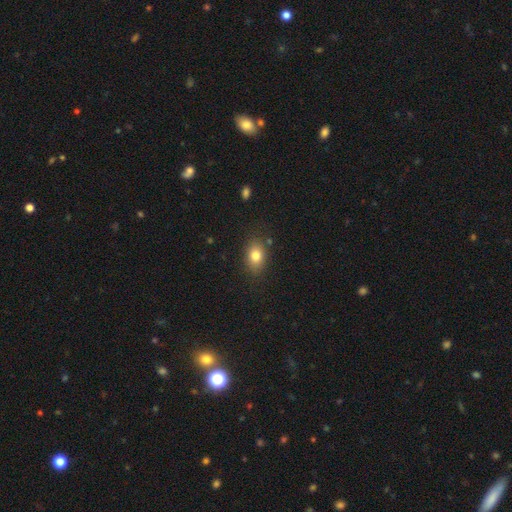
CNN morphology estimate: This is clearly a smooth galaxy (80%). How rounded: likely in between (76%). Merging: clearly none (81%).